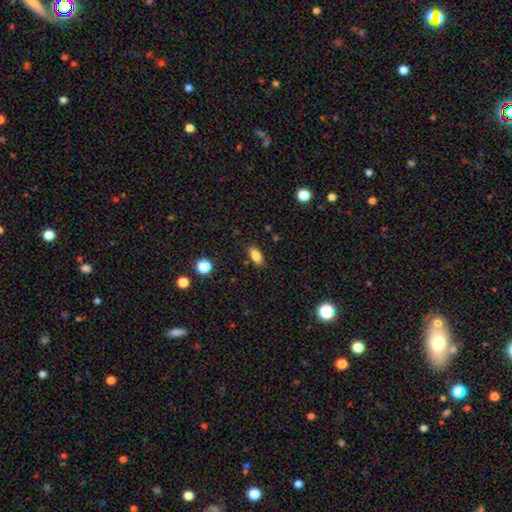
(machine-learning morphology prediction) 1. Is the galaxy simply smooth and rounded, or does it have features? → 84% smooth, 9% star or artifact, 6% featured or disk.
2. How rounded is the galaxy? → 87% in between, 8% cigar-shaped, 5% round.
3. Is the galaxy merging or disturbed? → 86% none, 10% minor disturbance, 2% major disturbance, 1% merger.